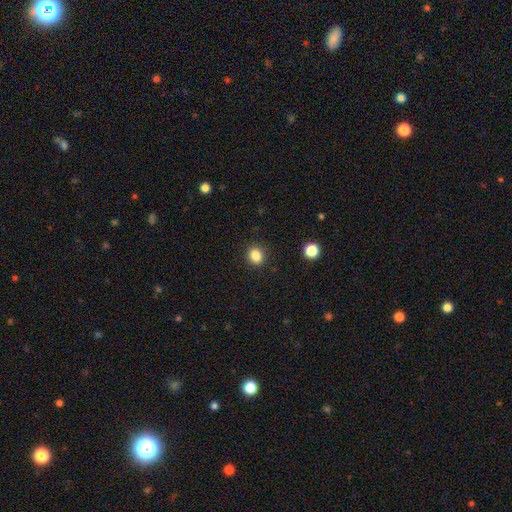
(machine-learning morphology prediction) Smooth or featured?
  - smooth: 85% *
  - star or artifact: 11%
  - featured or disk: 4%
How rounded?
  - round: 65% *
  - in between: 34%
  - cigar-shaped: 1%
Merging?
  - none: 90% *
  - minor disturbance: 7%
  - major disturbance: 2%
  - merger: 1%